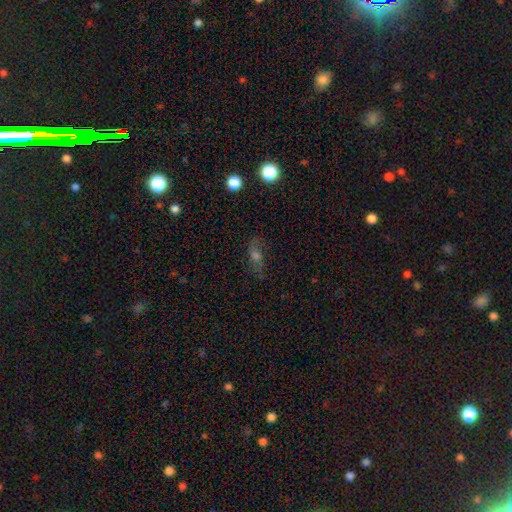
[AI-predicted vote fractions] Q: Smooth or featured?
A: smooth (42%); runner-up: featured or disk (37%)
Q: Merging?
A: none (68%); runner-up: minor disturbance (18%)